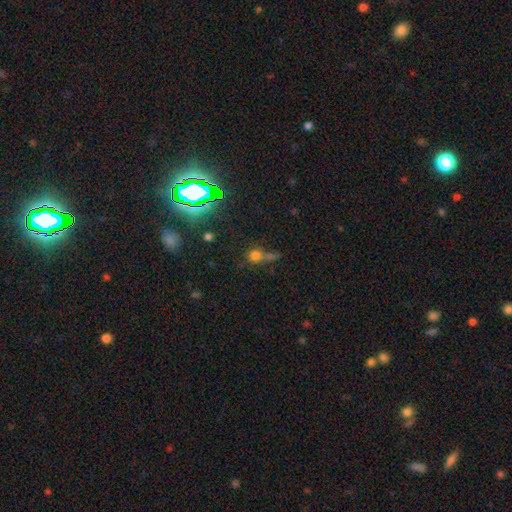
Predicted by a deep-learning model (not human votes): Overall: smooth (60%; star or artifact 28%). How rounded: round (78%). Merging: none (42%; merger 32%).